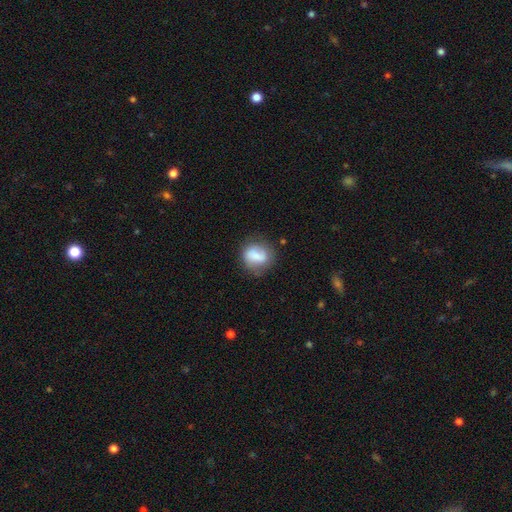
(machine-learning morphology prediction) type=smooth (68%); roundness=round (62%); merging=none (62%).